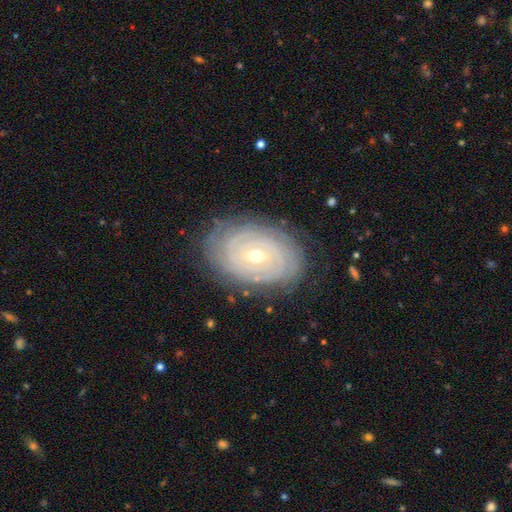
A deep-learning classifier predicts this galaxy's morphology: A featured or disk galaxy (86%) with no bar (49%), tight (88%) spiral arms (94%) and a moderate central bulge (51%). Merging: none (82%).